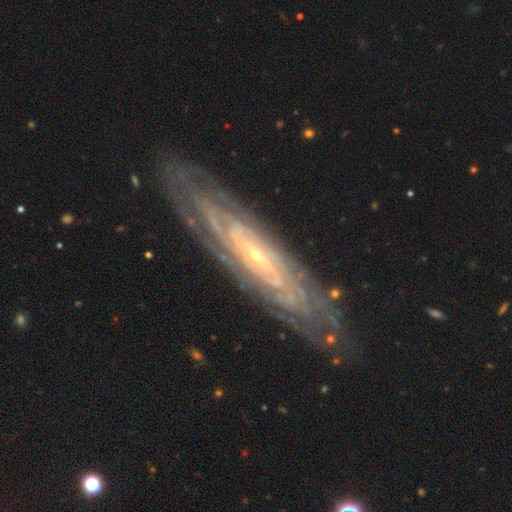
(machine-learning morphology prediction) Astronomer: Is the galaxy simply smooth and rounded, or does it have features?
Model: featured or disk — 85%.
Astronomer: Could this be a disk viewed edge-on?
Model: no — 74%.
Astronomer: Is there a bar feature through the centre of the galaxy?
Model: no — 64%.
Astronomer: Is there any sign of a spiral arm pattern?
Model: yes — 92%.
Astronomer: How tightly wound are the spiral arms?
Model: tight — 80%.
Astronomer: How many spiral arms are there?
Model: can't tell — 55%.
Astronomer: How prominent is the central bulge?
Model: small — 82%.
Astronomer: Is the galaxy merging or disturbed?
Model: none — 82%.